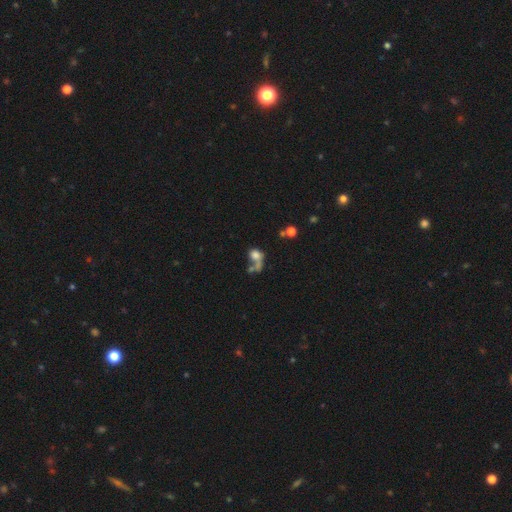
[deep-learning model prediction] Smooth or featured: smooth — 66% (featured or disk — 21%)
How rounded: round — 57% (in between — 41%)
Merging: merger — 41% (none — 26%)